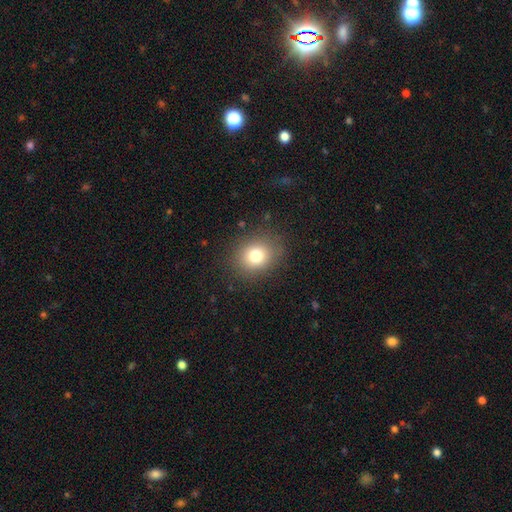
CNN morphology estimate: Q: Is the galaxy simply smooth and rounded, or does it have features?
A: smooth — 78%.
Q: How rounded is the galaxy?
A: round — 63%.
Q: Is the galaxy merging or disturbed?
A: none — 85%.